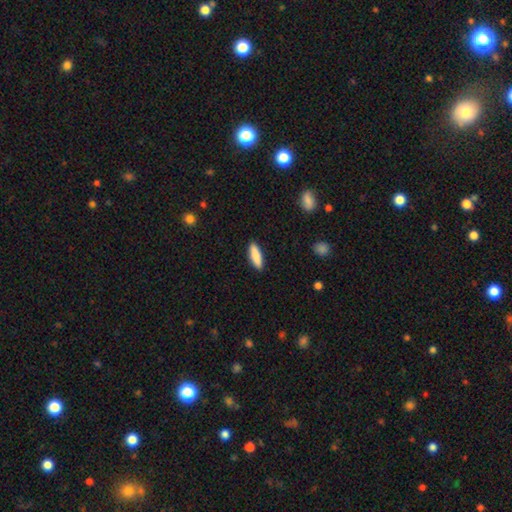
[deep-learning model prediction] Smooth or featured? smooth (86%)
How rounded? cigar-shaped (58%)
Merging? none (90%)